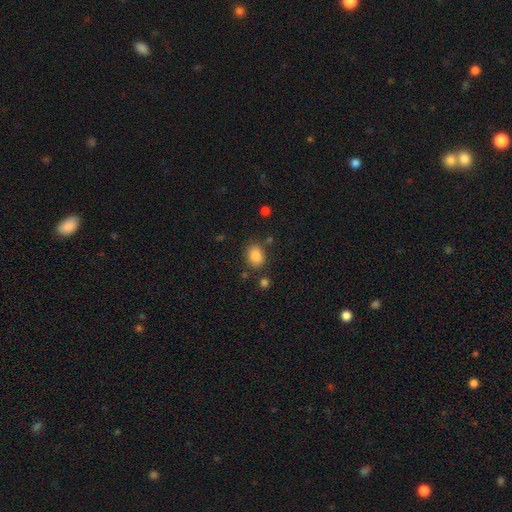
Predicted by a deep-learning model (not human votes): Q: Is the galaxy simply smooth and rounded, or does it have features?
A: smooth — 86%.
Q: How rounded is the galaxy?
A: in between — 64%.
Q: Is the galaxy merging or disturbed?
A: none — 76%.